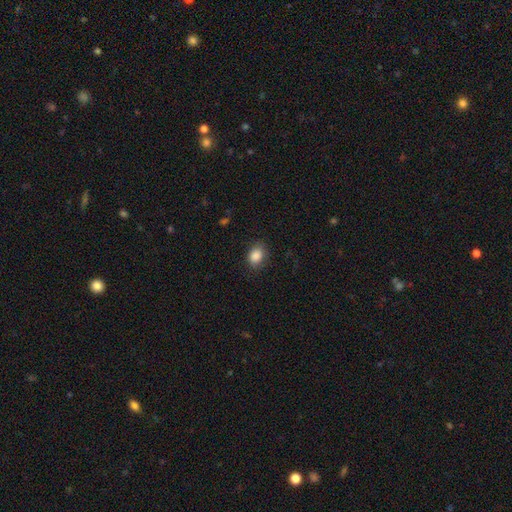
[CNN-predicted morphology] Smooth or featured? smooth (87%)
How rounded? in between (66%)
Merging? none (80%)